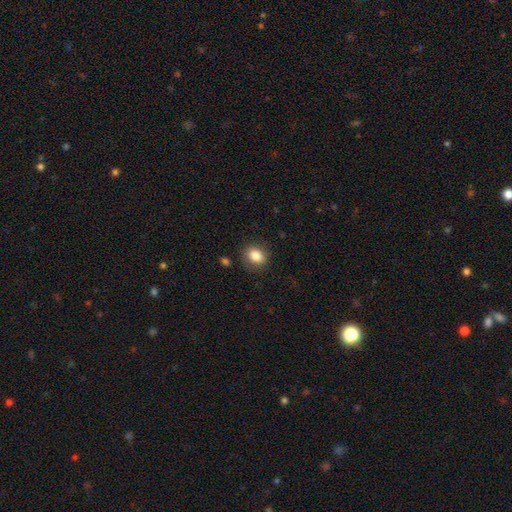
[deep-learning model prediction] A smooth galaxy with no disk features (85%) that is round (50%).

Vote fractions:
- Smooth or featured? smooth: 85% / star or artifact: 9% / featured or disk: 6%
- How rounded? round: 50% / in between: 49% / cigar-shaped: 1%
- Merging? none: 85% / minor disturbance: 10% / major disturbance: 3% / merger: 1%